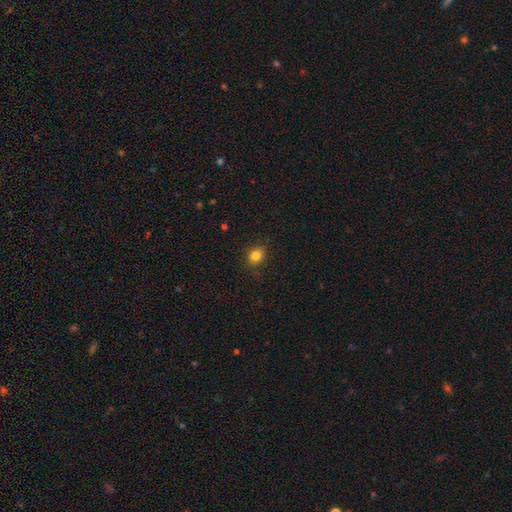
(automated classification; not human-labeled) Overall: smooth (83%). How rounded: round (68%; in between 31%). Merging: none (87%).